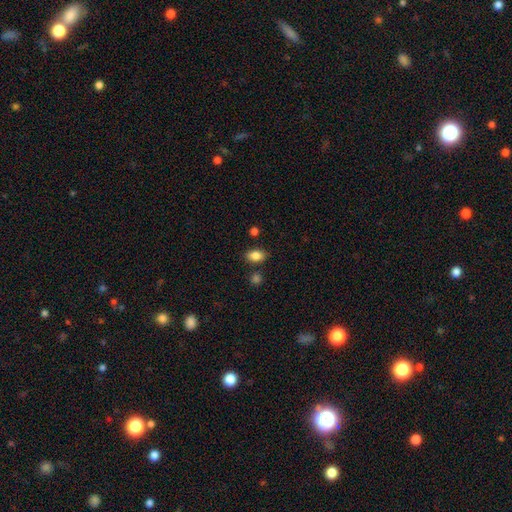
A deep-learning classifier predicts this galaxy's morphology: Smooth or featured: smooth — 84% (star or artifact — 9%)
How rounded: in between — 85% (round — 13%)
Merging: none — 82% (minor disturbance — 11%)